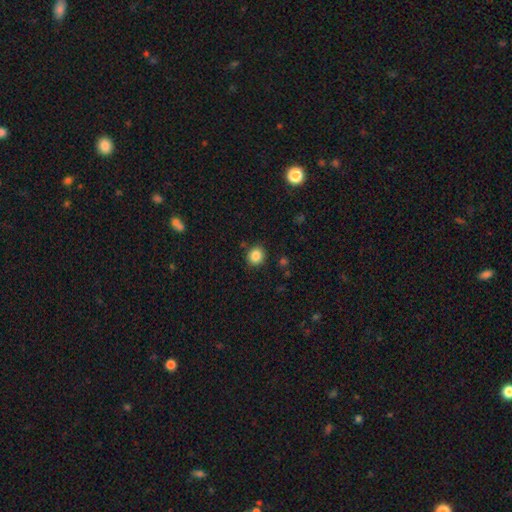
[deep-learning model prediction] The model was most divided on "how rounded": round: 84%, in between: 15%, cigar-shaped: 1%. More confident: merging — none (87%); smooth or featured — smooth (86%).